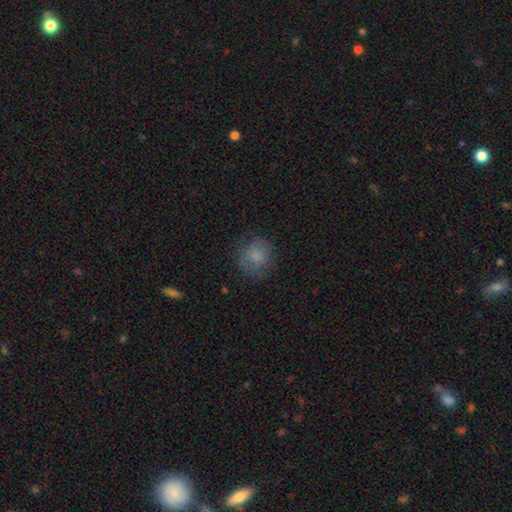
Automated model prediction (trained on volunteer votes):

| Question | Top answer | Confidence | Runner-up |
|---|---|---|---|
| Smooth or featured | smooth | 78% | featured or disk (13%) |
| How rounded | round | 86% | in between (13%) |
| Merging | none | 75% | minor disturbance (17%) |